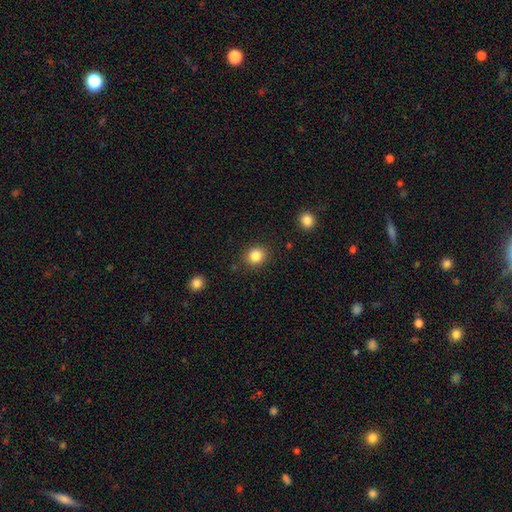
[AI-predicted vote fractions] Smooth or featured: smooth — 84% (star or artifact — 10%)
How rounded: round — 76% (in between — 23%)
Merging: none — 87% (minor disturbance — 8%)